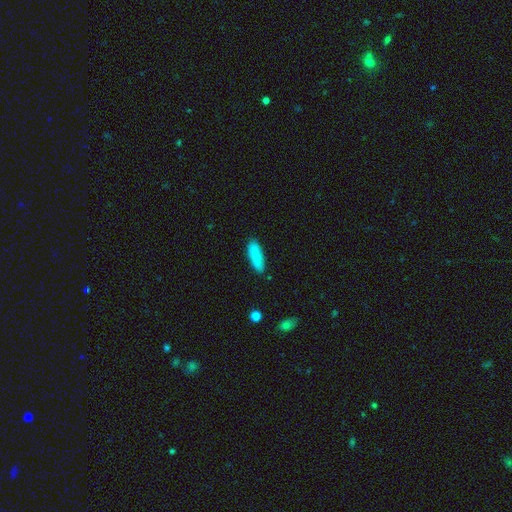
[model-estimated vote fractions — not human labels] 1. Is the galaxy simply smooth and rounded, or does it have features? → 87% smooth, 7% featured or disk, 7% star or artifact.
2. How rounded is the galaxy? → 59% in between, 39% cigar-shaped, 2% round.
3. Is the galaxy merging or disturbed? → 83% none, 13% minor disturbance, 2% major disturbance, 2% merger.